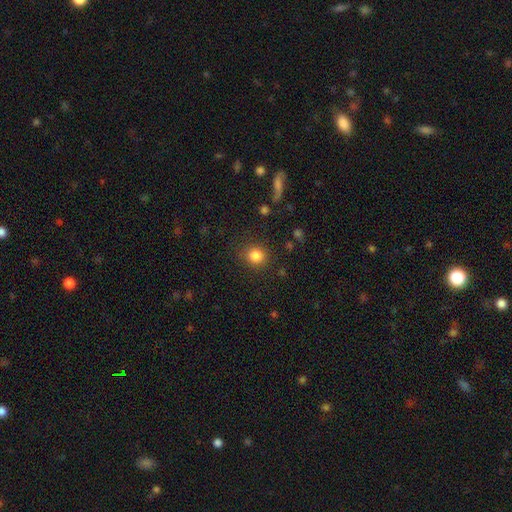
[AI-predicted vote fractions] smooth-or-featured: smooth: 84% | star or artifact: 11% | featured or disk: 5%
  how-rounded: round: 84% | in between: 15% | cigar-shaped: 1%
  merging: none: 87% | minor disturbance: 8% | major disturbance: 3% | merger: 2%